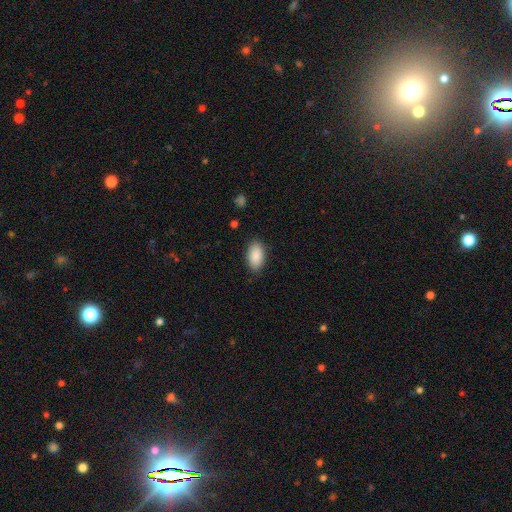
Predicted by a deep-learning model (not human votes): Smooth or featured? Predicted: smooth (p=0.90). How rounded? Predicted: in between (p=0.94). Merging? Predicted: none (p=0.87).